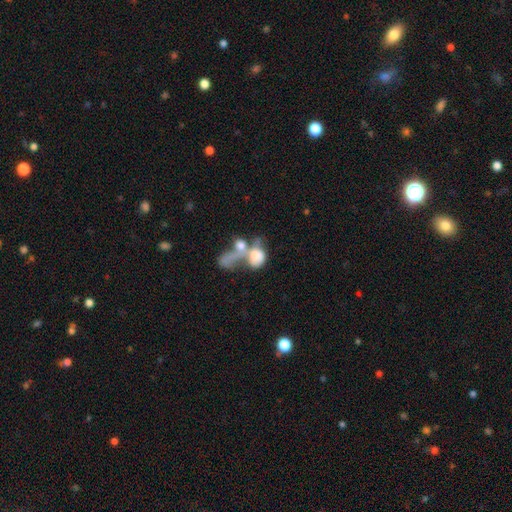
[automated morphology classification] Overall: smooth (59%; featured or disk 30%). How rounded: in between (62%; round 34%). Merging: merger (64%).